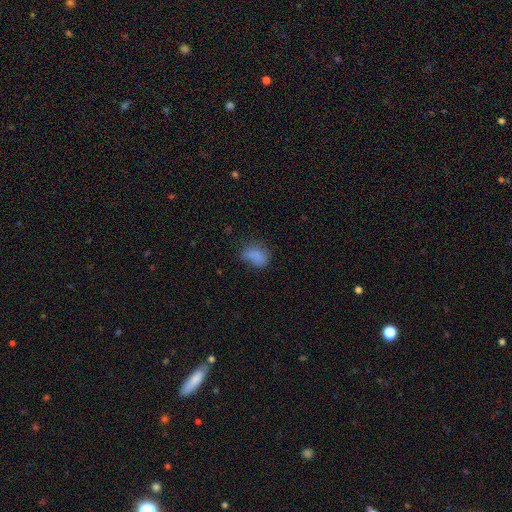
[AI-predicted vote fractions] Smooth or featured?
  - smooth: 78% *
  - star or artifact: 12%
  - featured or disk: 10%
How rounded?
  - in between: 74% *
  - round: 24%
  - cigar-shaped: 2%
Merging?
  - none: 48% *
  - minor disturbance: 31%
  - major disturbance: 18%
  - merger: 3%